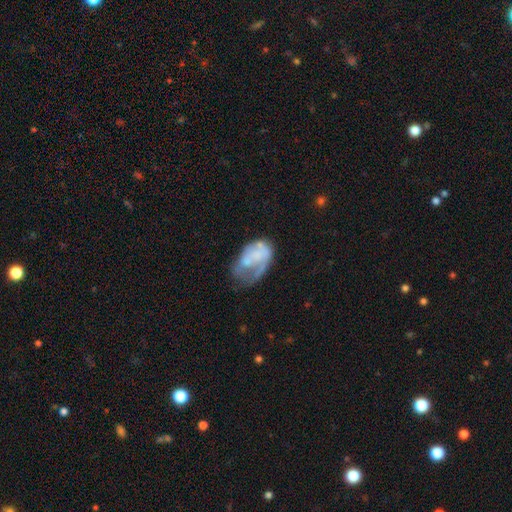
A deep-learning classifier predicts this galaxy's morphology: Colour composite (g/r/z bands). It shows a featured or disk galaxy (48%). Merging: major disturbance (39%).